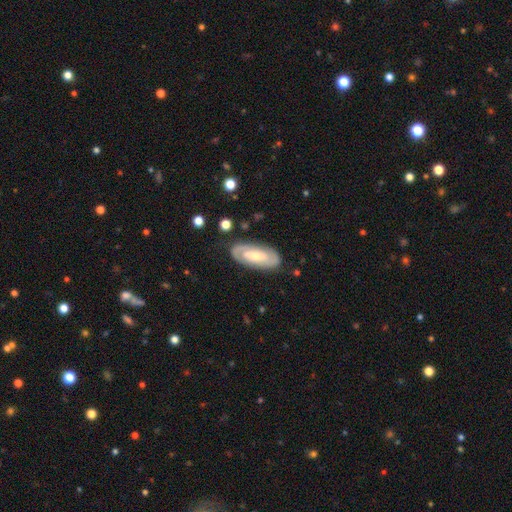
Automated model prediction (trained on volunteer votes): A featured or disk galaxy (68%) with a weak bar (41%), 2 (68%) tight (52%) spiral arms (82%) and a moderate central bulge (48%). Merging: none (81%).